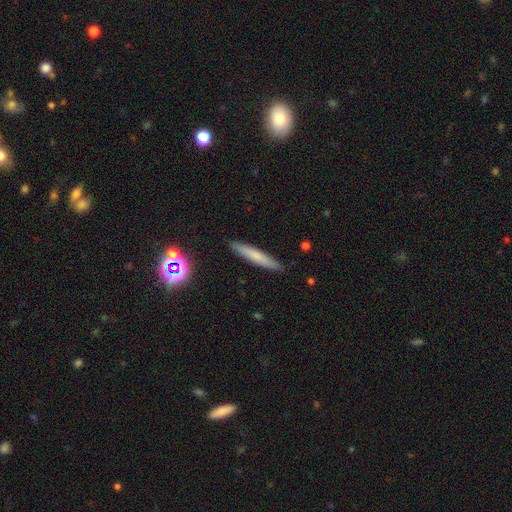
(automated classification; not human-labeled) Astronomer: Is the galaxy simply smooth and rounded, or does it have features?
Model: smooth — 64%.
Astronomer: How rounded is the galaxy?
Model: cigar-shaped — 93%.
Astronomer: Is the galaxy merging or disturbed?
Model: none — 90%.